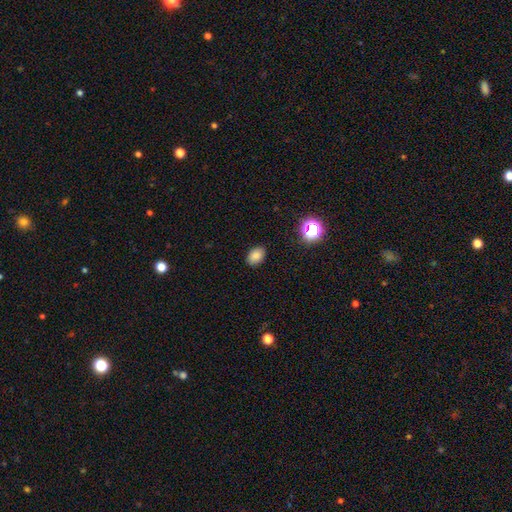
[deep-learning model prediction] smooth 82%, star or artifact 13%, featured or disk 5%. Down the decision tree: how rounded — in between (78%); merging — none (87%).